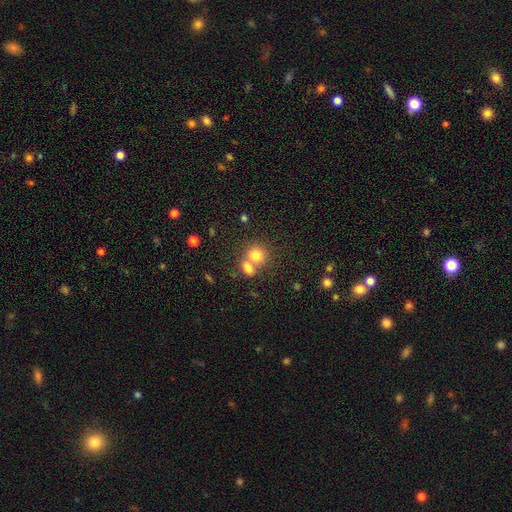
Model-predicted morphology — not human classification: Overall: smooth (78%). How rounded: round (71%). Merging: merger (53%; none 37%).